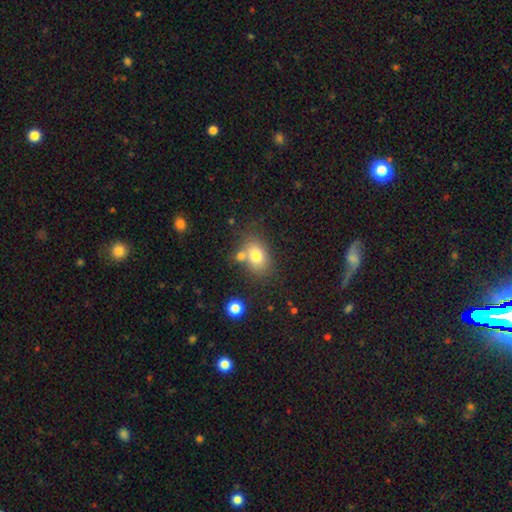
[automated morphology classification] A smooth galaxy with no disk features (76%) that is in between round and cigar-shaped (73%).

Vote fractions:
- Smooth or featured? smooth: 76% / featured or disk: 13% / star or artifact: 10%
- How rounded? in between: 73% / round: 26% / cigar-shaped: 1%
- Merging? none: 58% / merger: 23% / minor disturbance: 14% / major disturbance: 5%